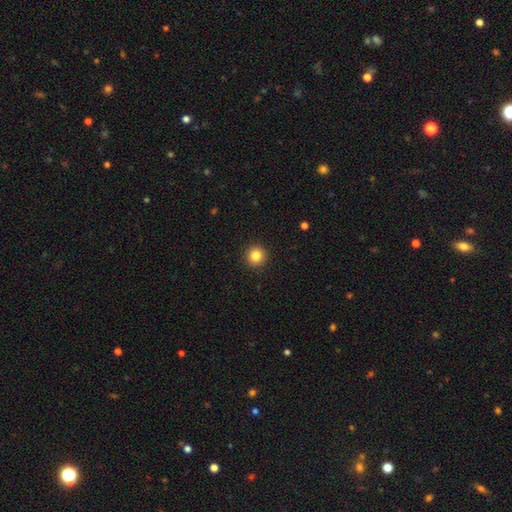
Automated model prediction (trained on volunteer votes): Smooth or featured: smooth — 84% (star or artifact — 11%)
How rounded: round — 95% (in between — 5%)
Merging: none — 92% (minor disturbance — 5%)